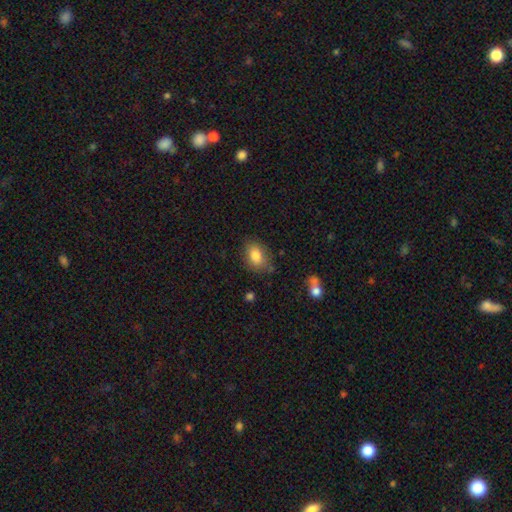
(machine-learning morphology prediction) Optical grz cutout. It shows a smooth galaxy with no disk features (83%) that is in between round and cigar-shaped (80%). Merging: none (76%).